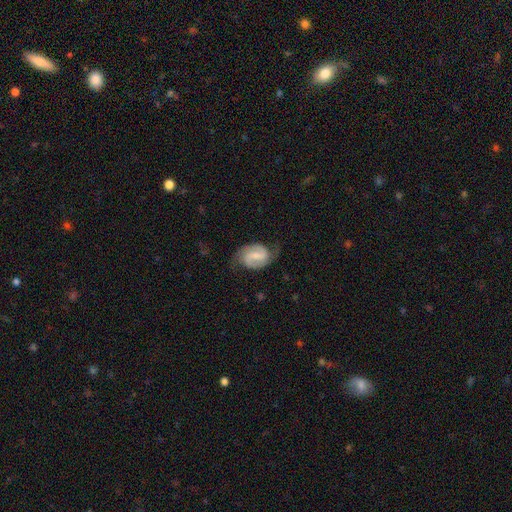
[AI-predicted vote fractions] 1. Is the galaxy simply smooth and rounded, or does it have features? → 78% featured or disk, 16% smooth, 6% star or artifact.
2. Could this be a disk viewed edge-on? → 98% no, 2% yes.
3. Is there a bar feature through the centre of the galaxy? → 51% weak, 31% strong, 17% no.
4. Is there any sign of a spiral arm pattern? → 95% yes, 5% no.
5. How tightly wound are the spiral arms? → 50% medium, 25% loose, 25% tight.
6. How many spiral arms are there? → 90% 2, 5% can't tell, 2% 1, 1% 3, 1% 4, 1% more than 4.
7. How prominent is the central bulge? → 43% small, 27% moderate, 25% none, 3% large, 1% dominant.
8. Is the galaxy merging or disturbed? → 70% none, 21% minor disturbance, 8% major disturbance, 1% merger.